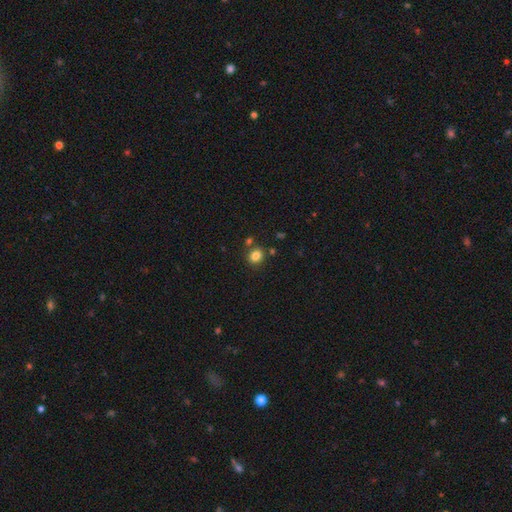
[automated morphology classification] A smooth galaxy with no disk features (83%) that is round (75%).

Vote fractions:
- Smooth or featured? smooth: 83% / star or artifact: 12% / featured or disk: 5%
- How rounded? round: 75% / in between: 24% / cigar-shaped: 1%
- Merging? none: 79% / minor disturbance: 9% / merger: 8% / major disturbance: 3%